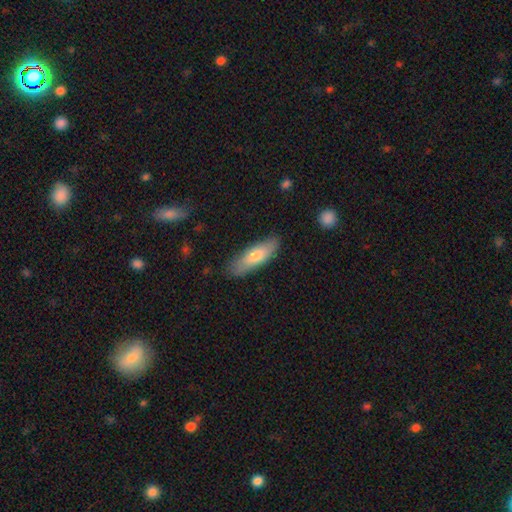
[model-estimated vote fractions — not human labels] smooth 74%, featured or disk 21%, star or artifact 5%. Down the decision tree: how rounded — cigar-shaped (49%, tied with in between); merging — none (81%).